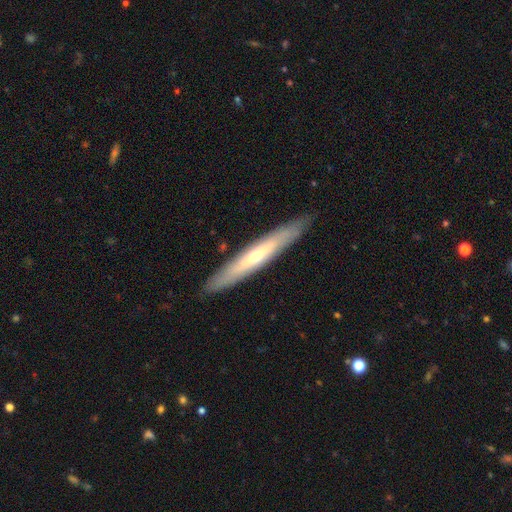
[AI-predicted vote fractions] smooth_or_featured: featured or disk (p=0.59) [alt: smooth p=0.36]
disk_edge_on: yes (p=0.85) [alt: no p=0.15]
merging: none (p=0.89) [alt: minor disturbance p=0.08]